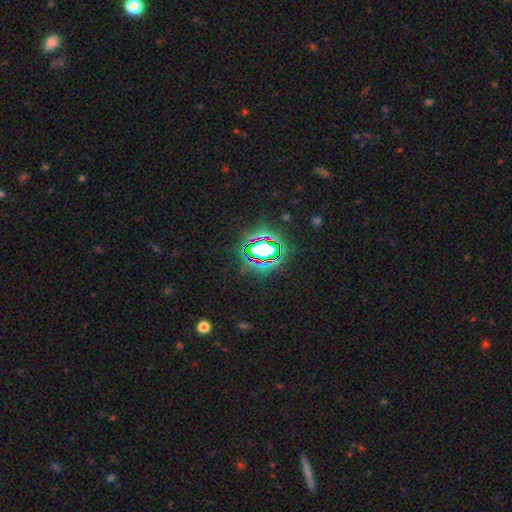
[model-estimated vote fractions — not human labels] This appears to be a star or artifact, not a galaxy (78%).